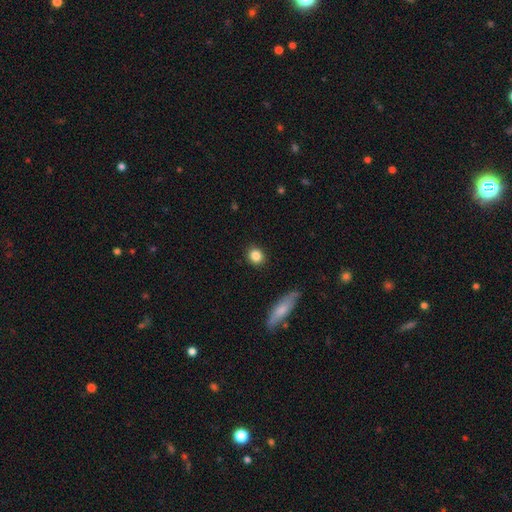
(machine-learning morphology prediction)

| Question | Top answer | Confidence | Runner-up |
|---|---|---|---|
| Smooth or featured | smooth | 85% | star or artifact (9%) |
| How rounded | round | 77% | in between (21%) |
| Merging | none | 90% | minor disturbance (7%) |